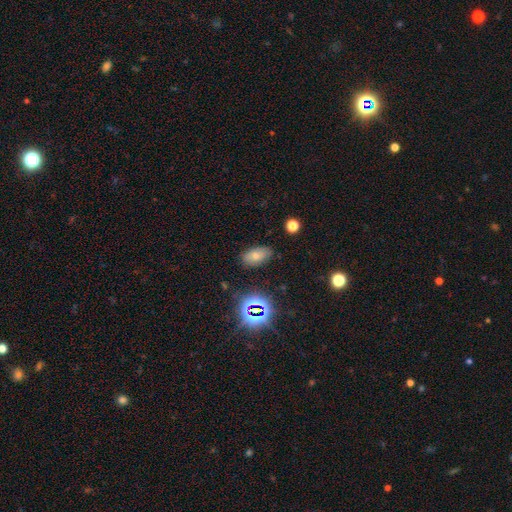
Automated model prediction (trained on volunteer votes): Overall: smooth (66%). How rounded: in between (91%). Merging: none (81%).